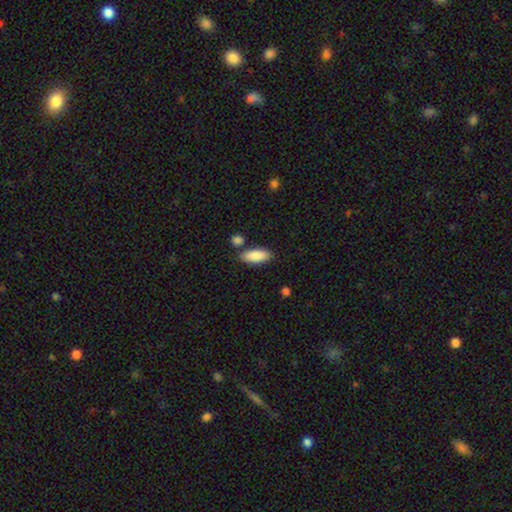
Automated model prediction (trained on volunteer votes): A smooth galaxy with no disk features (87%) that is in between round and cigar-shaped (81%). Merging: none (77%).